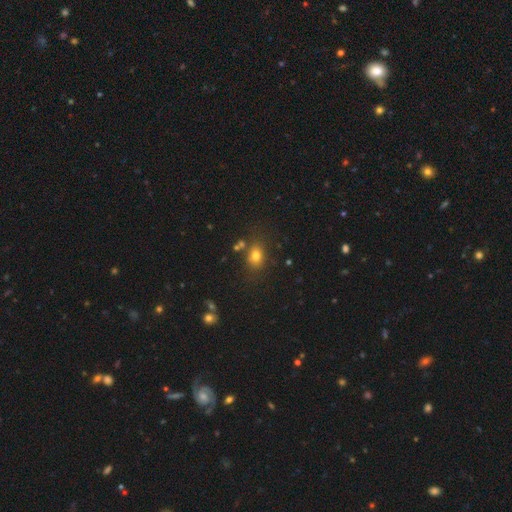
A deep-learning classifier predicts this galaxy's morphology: Q: Smooth or featured?
A: smooth (75%); runner-up: star or artifact (15%)
Q: How rounded?
A: in between (59%); runner-up: round (39%)
Q: Merging?
A: none (73%); runner-up: minor disturbance (14%)